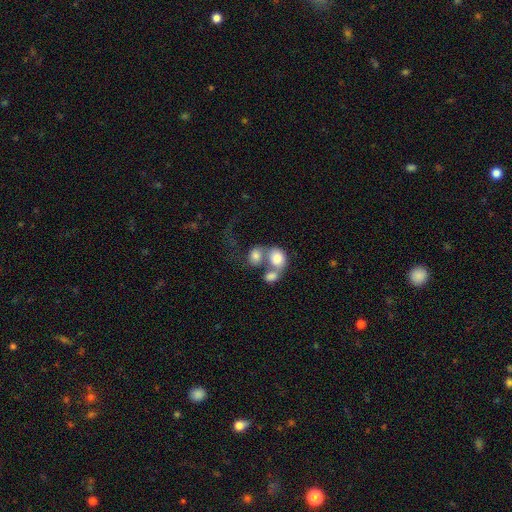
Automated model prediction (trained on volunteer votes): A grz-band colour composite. It shows a smooth galaxy with no disk features (70%) that is round (50%). Merging: merger (64%).